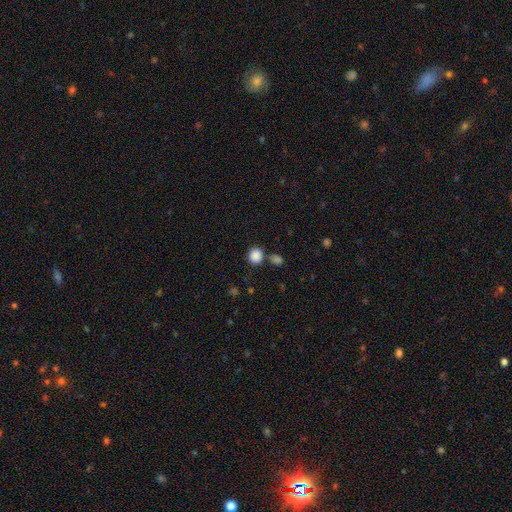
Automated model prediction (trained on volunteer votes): Overall: smooth (87%). How rounded: round (86%). Merging: none (73%).